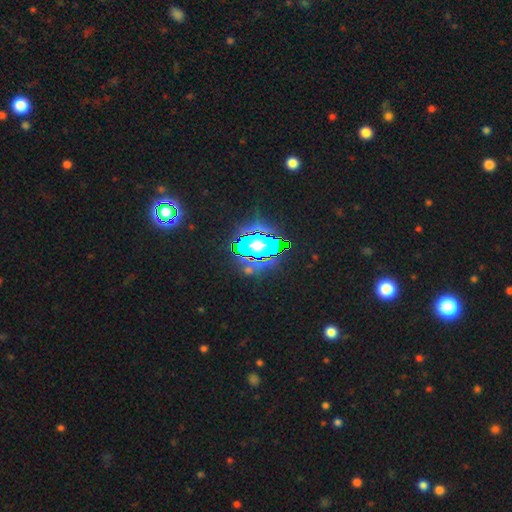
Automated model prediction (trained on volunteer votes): Smooth or featured?
  - star or artifact: 82% *
  - smooth: 10%
  - featured or disk: 8%